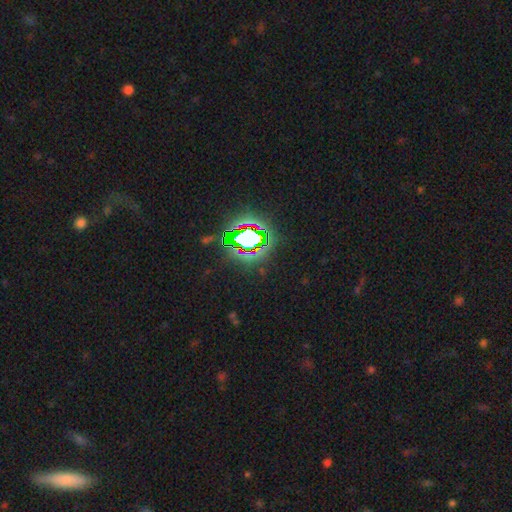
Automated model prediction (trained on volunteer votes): smooth_or_featured: star or artifact (p=0.81) [alt: smooth p=0.11]